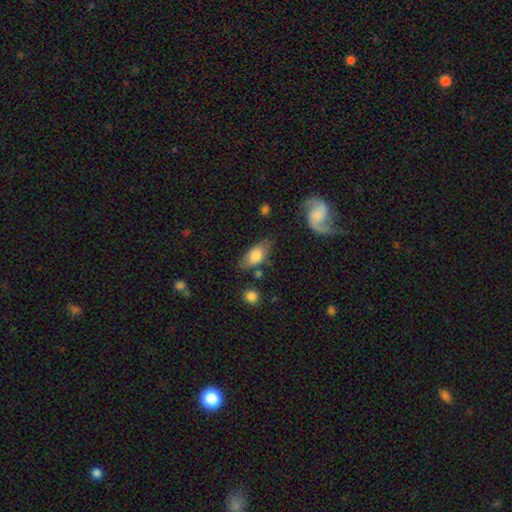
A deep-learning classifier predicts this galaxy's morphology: Smooth or featured? Predicted: smooth (p=0.72). How rounded? Predicted: in between (p=0.86). Merging? Predicted: none (p=0.69).